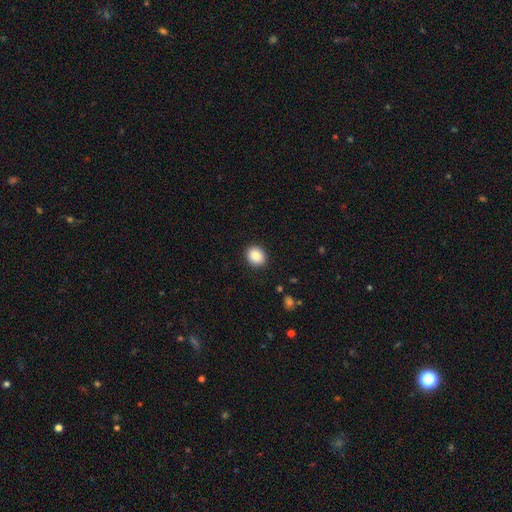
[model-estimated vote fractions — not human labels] Smooth or featured? smooth (86%)
How rounded? round (64%)
Merging? none (91%)